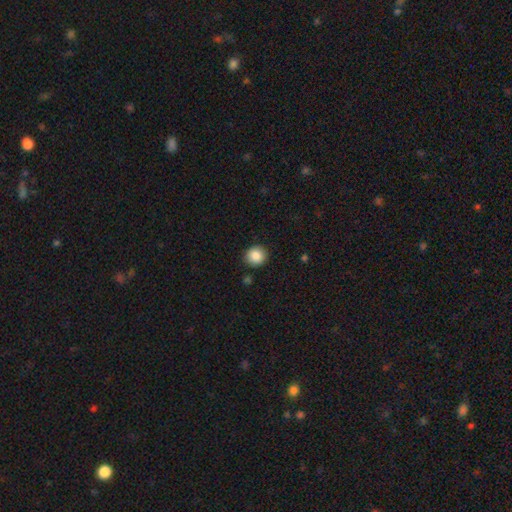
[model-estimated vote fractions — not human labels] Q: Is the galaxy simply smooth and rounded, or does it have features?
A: smooth — 87%.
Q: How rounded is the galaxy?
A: round — 89%.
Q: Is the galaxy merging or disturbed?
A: none — 88%.